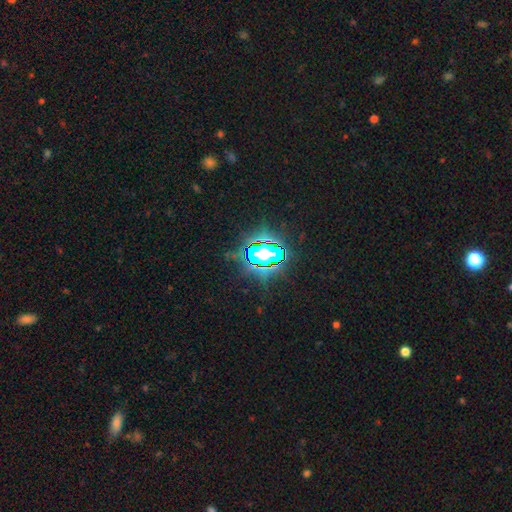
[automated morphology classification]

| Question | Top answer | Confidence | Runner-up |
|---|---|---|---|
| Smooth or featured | star or artifact | 82% | smooth (11%) |